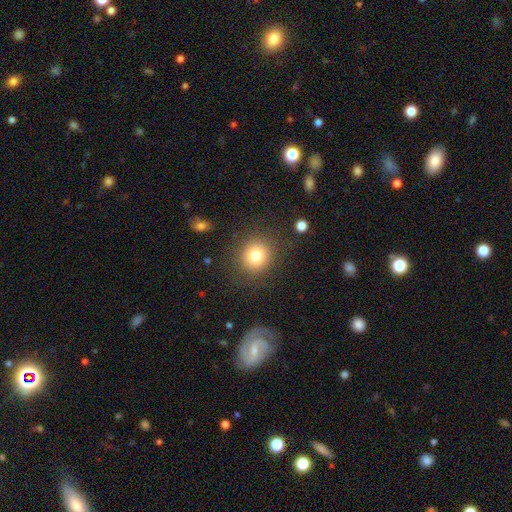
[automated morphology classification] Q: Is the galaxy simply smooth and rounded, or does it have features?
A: smooth — 79%.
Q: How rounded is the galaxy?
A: round — 85%.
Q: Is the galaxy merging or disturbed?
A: none — 86%.